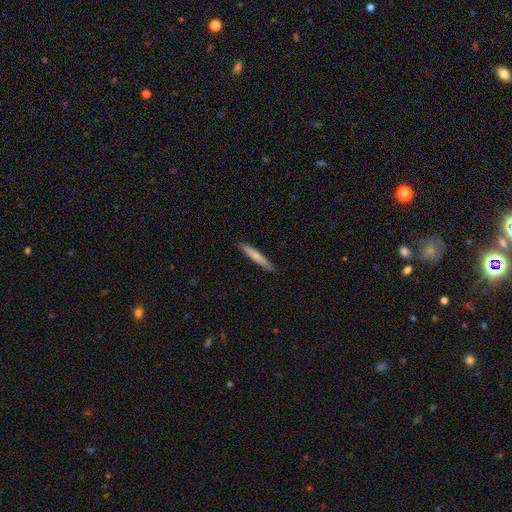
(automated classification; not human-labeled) Smooth or featured?
  - smooth: 69% *
  - featured or disk: 25%
  - star or artifact: 5%
How rounded?
  - cigar-shaped: 95% *
  - in between: 4%
  - round: 1%
Merging?
  - none: 90% *
  - minor disturbance: 7%
  - major disturbance: 1%
  - merger: 1%